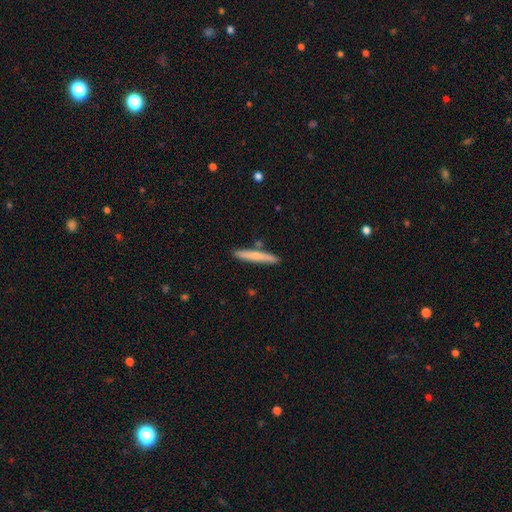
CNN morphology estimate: The model was most divided on "smooth or featured": smooth: 65%, featured or disk: 30%, star or artifact: 5%. More confident: how rounded — cigar-shaped (94%); merging — none (85%).